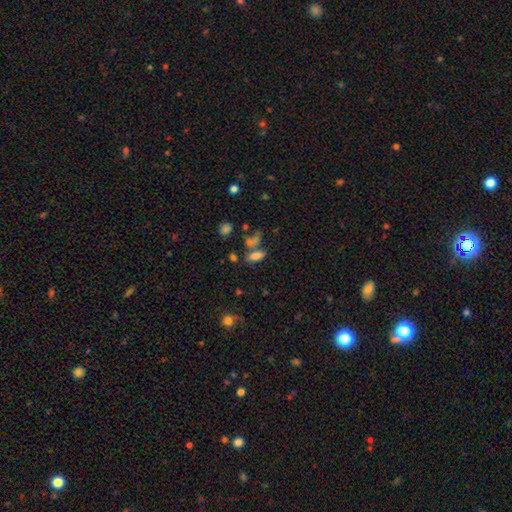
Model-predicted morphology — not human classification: smooth_or_featured: smooth (p=0.74) [alt: featured or disk p=0.13]
how_rounded: in between (p=0.72) [alt: cigar-shaped p=0.23]
merging: none (p=0.51) [alt: merger p=0.29]